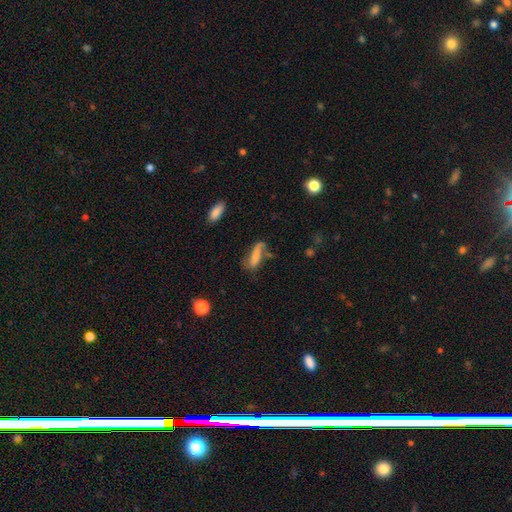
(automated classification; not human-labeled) Overall: smooth (65%). How rounded: cigar-shaped (55%; in between 42%). Merging: none (42%; minor disturbance 26%).